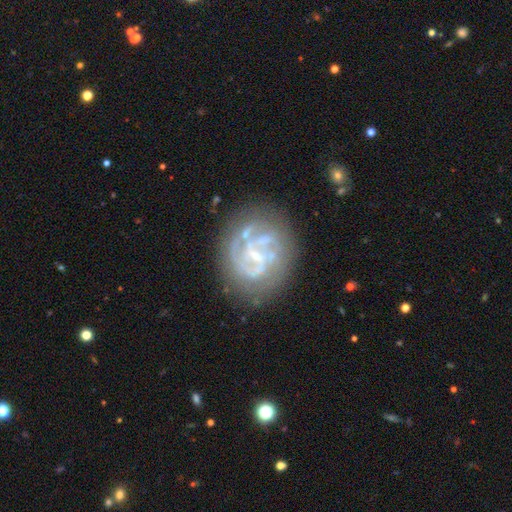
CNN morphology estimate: A featured or disk galaxy (83%) with a weak bar (45%), 2 (34%) tight (51%) spiral arms (89%) and a small central bulge (67%).

Vote fractions:
- Smooth or featured? featured or disk: 83% / smooth: 9% / star or artifact: 7%
- Edge-on disk? no: 98% / yes: 2%
- Bar? weak: 45% / no: 37% / strong: 19%
- Spiral arms? yes: 89% / no: 11%
- Spiral winding? tight: 51% / medium: 38% / loose: 11%
- Spiral arm count? 2: 34% / can't tell: 26% / 3: 23% / 4: 7% / 1: 6% / more than 4: 5%
- Bulge size? small: 67% / moderate: 17% / none: 14% / large: 1% / dominant: 1%
- Merging? none: 68% / minor disturbance: 17% / major disturbance: 11% / merger: 4%